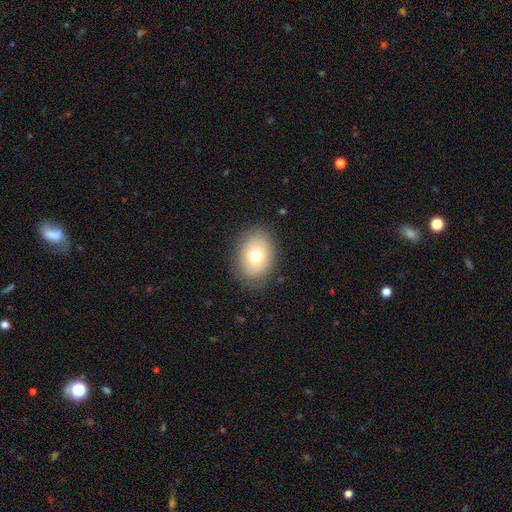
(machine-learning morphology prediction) A smooth galaxy with no disk features (70%) that is in between round and cigar-shaped (64%).

Vote fractions:
- Smooth or featured? smooth: 70% / featured or disk: 18% / star or artifact: 11%
- How rounded? in between: 64% / round: 36% / cigar-shaped: 1%
- Merging? none: 83% / minor disturbance: 12% / major disturbance: 4% / merger: 1%